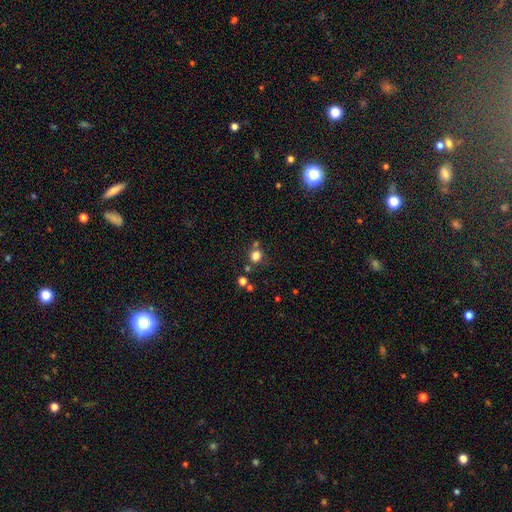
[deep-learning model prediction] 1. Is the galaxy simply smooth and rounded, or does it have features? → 78% smooth, 15% star or artifact, 7% featured or disk.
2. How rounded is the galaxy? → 84% round, 15% in between, 1% cigar-shaped.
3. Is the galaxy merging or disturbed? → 68% none, 16% merger, 11% minor disturbance, 5% major disturbance.